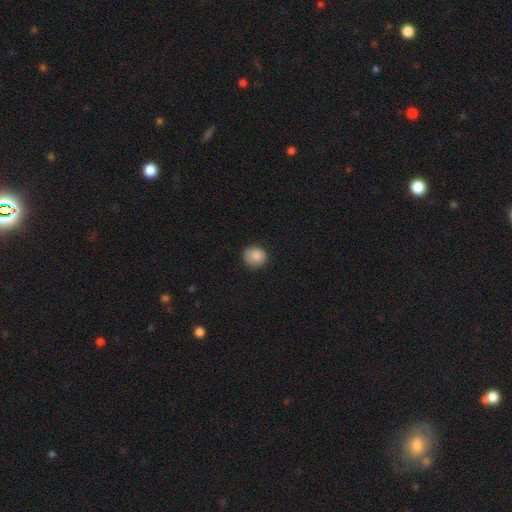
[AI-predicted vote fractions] The model was most divided on "merging": none: 85%, minor disturbance: 12%, major disturbance: 2%, merger: 1%. More confident: how rounded — round (87%); smooth or featured — smooth (86%).